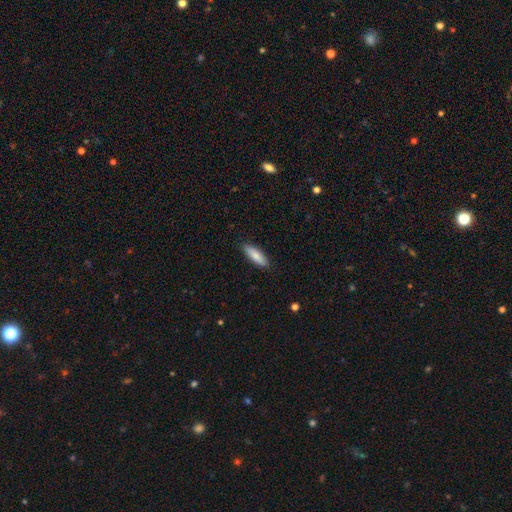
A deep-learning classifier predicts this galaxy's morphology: Smooth or featured? Predicted: smooth (p=0.83). How rounded? Predicted: cigar-shaped (p=0.53). Merging? Predicted: none (p=0.89).